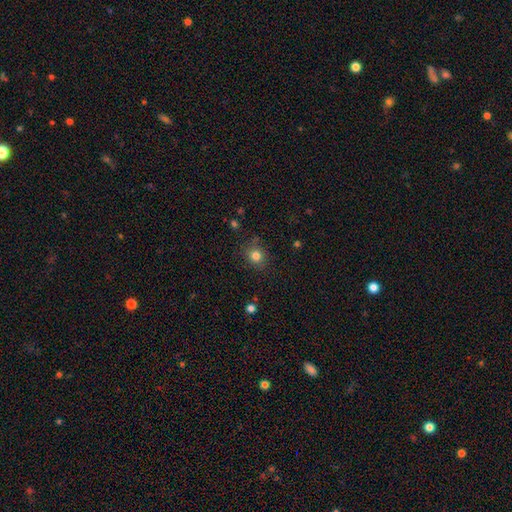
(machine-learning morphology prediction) Smooth or featured? Predicted: smooth (p=0.80). How rounded? Predicted: round (p=0.82). Merging? Predicted: none (p=0.83).